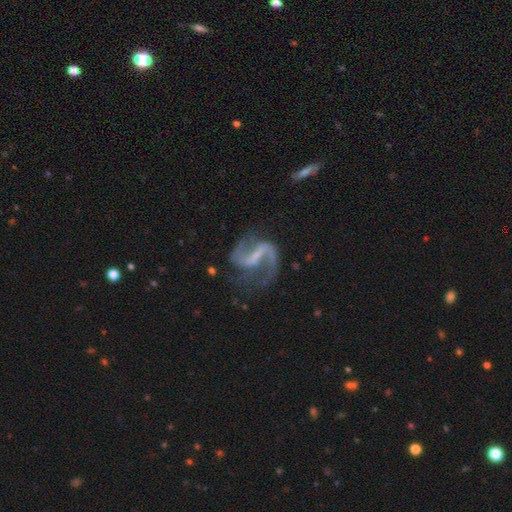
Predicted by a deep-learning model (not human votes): This is clearly a featured or disk galaxy (89%). It is clearly not viewed edge-on (98%). Bar: possibly strong (49%). Spiral arm pattern: clearly yes (96%). Spiral arm count: clearly 2 (89%). Spiral winding: possibly loose (47%). Central bulge: possibly none (47%). Merging: likely none (64%).